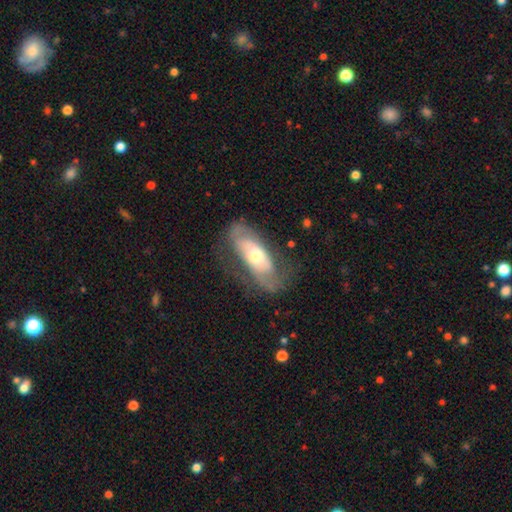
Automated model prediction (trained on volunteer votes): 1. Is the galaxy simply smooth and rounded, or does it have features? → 61% featured or disk, 33% smooth, 6% star or artifact.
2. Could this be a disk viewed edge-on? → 83% no, 17% yes.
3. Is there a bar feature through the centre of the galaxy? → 69% no, 22% weak, 10% strong.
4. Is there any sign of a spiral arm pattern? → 68% yes, 32% no.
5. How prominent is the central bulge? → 63% moderate, 24% small, 11% large, 1% dominant, 1% none.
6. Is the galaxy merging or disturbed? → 62% none, 22% minor disturbance, 14% major disturbance, 2% merger.